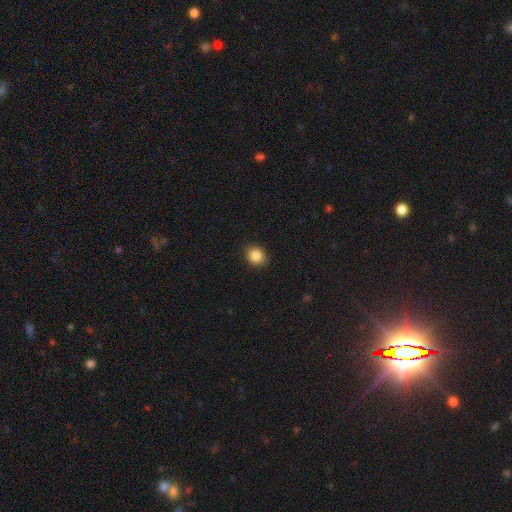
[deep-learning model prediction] Smooth or featured? Predicted: smooth (p=0.87). How rounded? Predicted: round (p=0.72). Merging? Predicted: none (p=0.90).